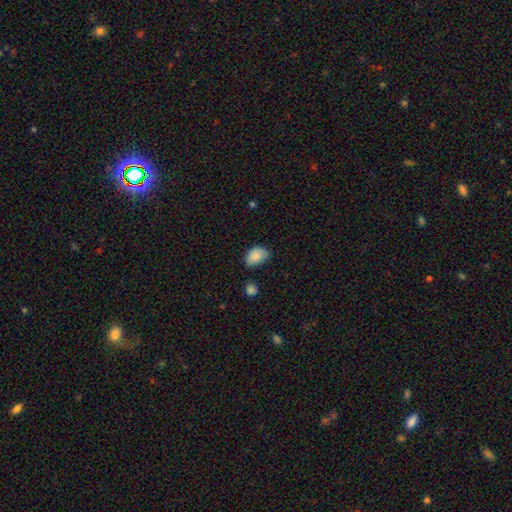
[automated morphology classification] Overall: smooth (86%). How rounded: in between (83%). Merging: none (53%; minor disturbance 37%).